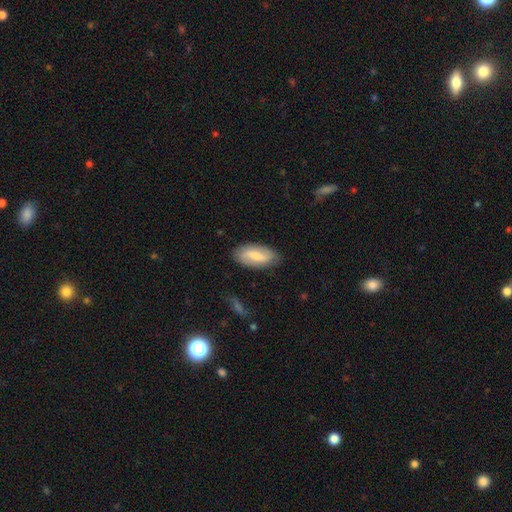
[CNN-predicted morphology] Q: Smooth or featured?
A: featured or disk (49%); runner-up: smooth (45%)
Q: Merging?
A: none (84%); runner-up: minor disturbance (12%)